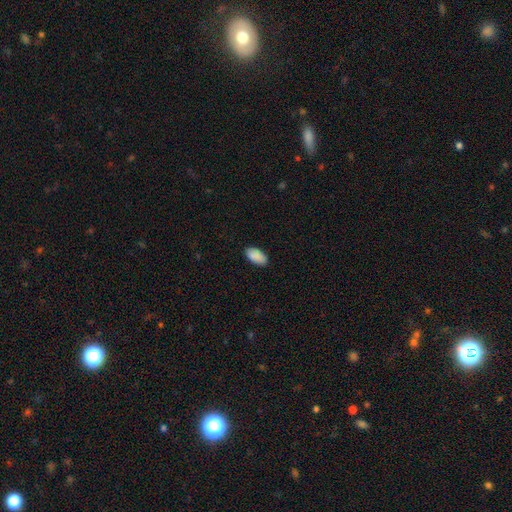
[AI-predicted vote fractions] Overall: smooth (90%). How rounded: in between (95%). Merging: none (88%).